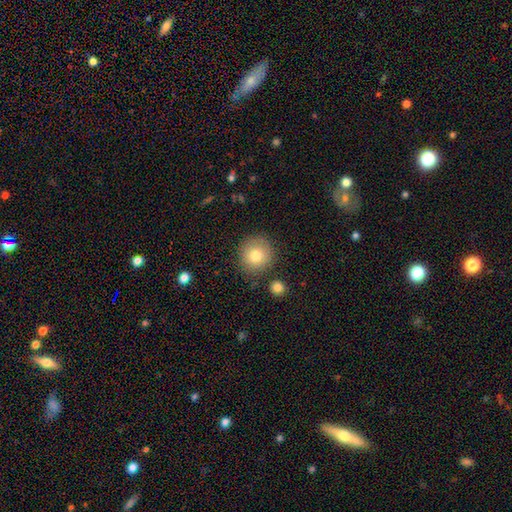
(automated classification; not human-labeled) Overall: smooth (80%). How rounded: round (90%). Merging: none (82%).